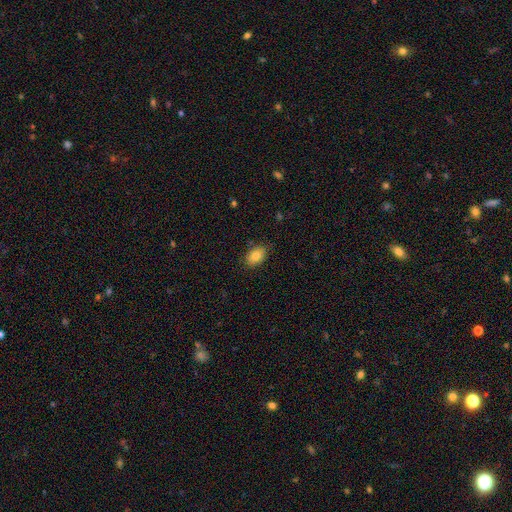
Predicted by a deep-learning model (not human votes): A smooth galaxy with no disk features (83%) that is in between round and cigar-shaped (84%). Merging: none (85%).